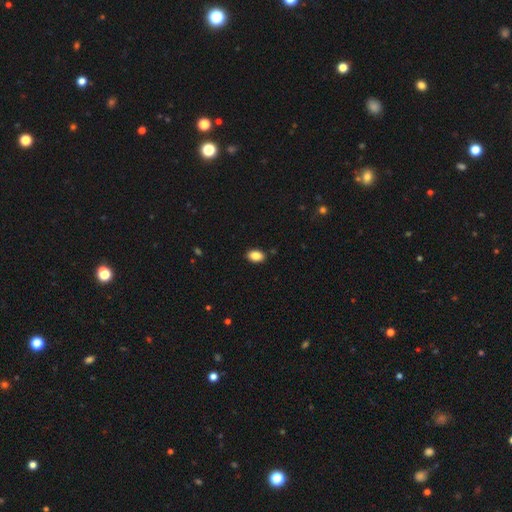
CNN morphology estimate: A smooth galaxy with no disk features (88%) that is in between round and cigar-shaped (88%). Merging: none (89%).